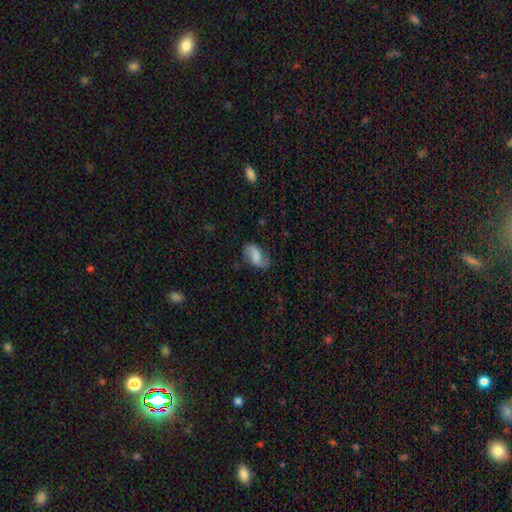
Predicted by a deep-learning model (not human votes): smooth_or_featured: smooth (p=0.50) [alt: featured or disk p=0.42]
how_rounded: in between (p=0.92) [alt: round p=0.05]
merging: none (p=0.70) [alt: minor disturbance p=0.22]